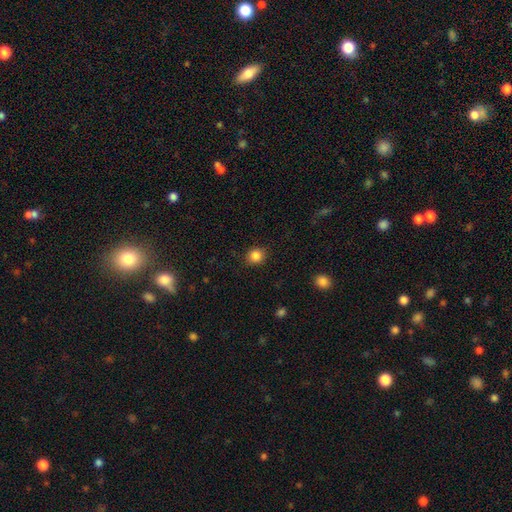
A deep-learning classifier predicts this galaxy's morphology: The model was most divided on "how rounded": round: 81%, in between: 18%, cigar-shaped: 1%. More confident: merging — none (89%); smooth or featured — smooth (85%).